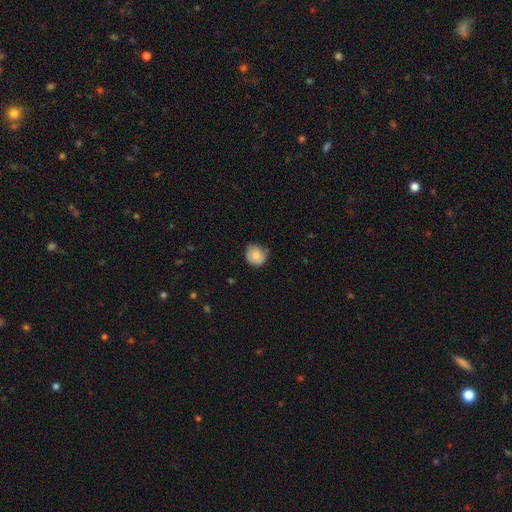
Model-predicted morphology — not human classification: A smooth galaxy with no disk features (82%) that is round (81%). Merging: none (67%).